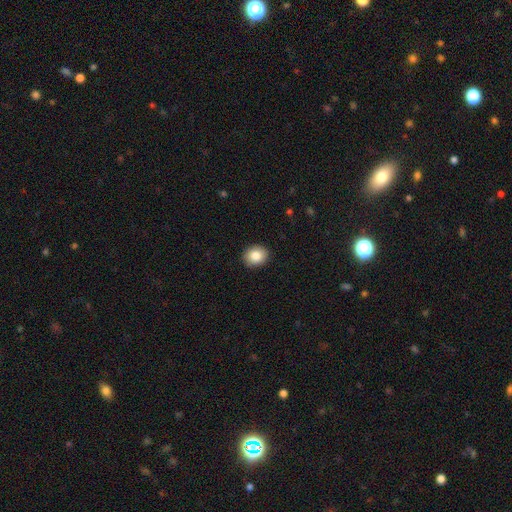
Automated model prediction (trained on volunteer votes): Smooth or featured? Predicted: smooth (p=0.84). How rounded? Predicted: round (p=0.69). Merging? Predicted: none (p=0.91).